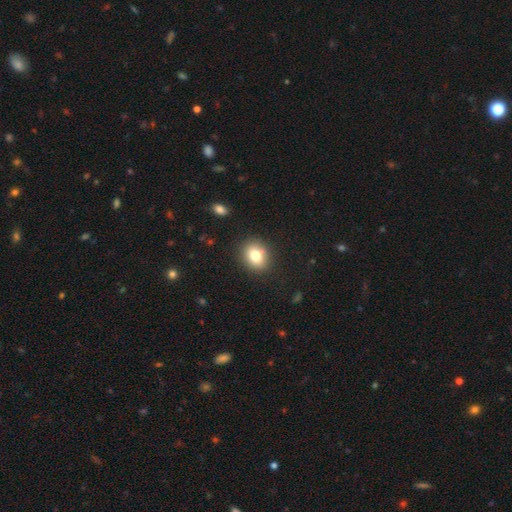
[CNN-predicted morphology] Smooth or featured: smooth — 78% (featured or disk — 11%)
How rounded: round — 56% (in between — 43%)
Merging: none — 86% (minor disturbance — 9%)